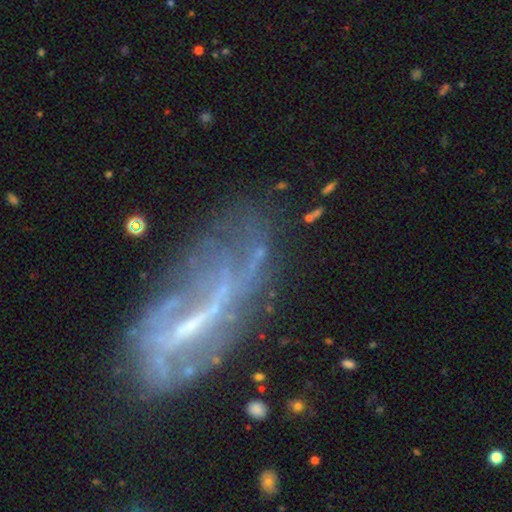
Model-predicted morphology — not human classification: Smooth or featured? featured or disk (68%)
Edge-on disk? no (81%)
Bar? strong (41%)
Spiral arms? no (56%)
Bulge size? none (45%)
Merging? none (46%)